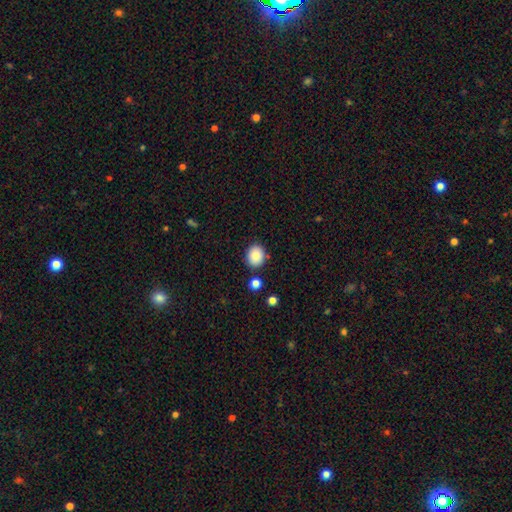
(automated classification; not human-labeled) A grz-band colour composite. It shows a smooth galaxy with no disk features (87%) that is round (64%). Merging: none (84%).